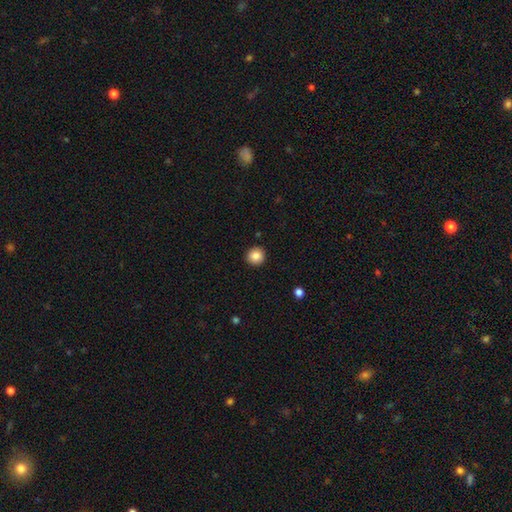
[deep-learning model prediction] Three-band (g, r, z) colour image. It shows a smooth galaxy with no disk features (86%) that is round (93%). Merging: none (92%).